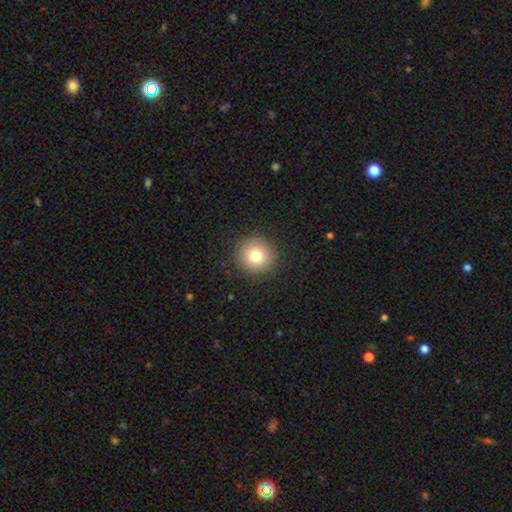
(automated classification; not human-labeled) Smooth or featured? smooth (78%)
How rounded? round (95%)
Merging? none (91%)